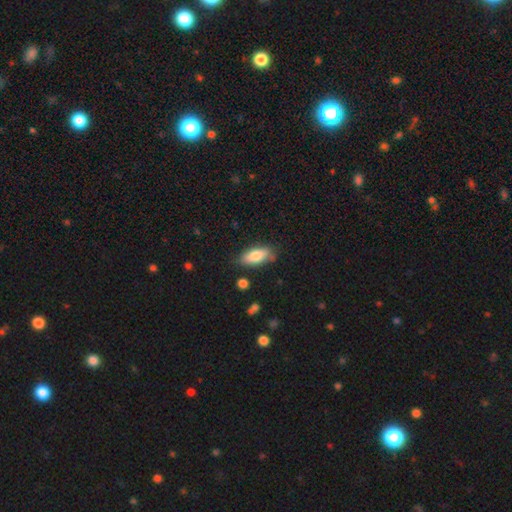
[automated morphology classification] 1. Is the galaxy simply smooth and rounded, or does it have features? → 78% smooth, 15% featured or disk, 6% star or artifact.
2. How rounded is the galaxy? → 77% in between, 21% cigar-shaped, 2% round.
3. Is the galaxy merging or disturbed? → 77% none, 17% minor disturbance, 3% major disturbance, 3% merger.